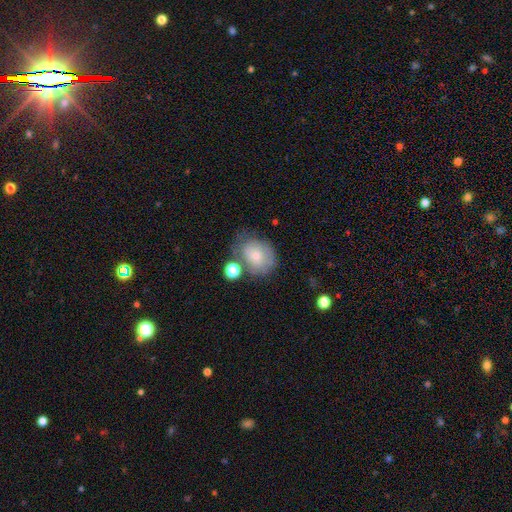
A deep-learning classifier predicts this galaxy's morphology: Smooth or featured? smooth (67%)
How rounded? in between (51%)
Merging? none (48%)